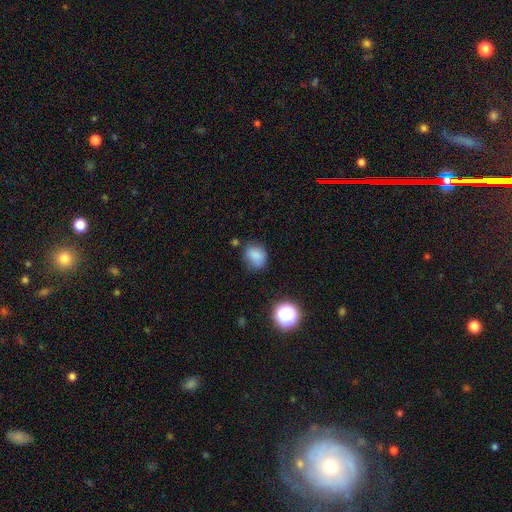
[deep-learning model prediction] Smooth or featured? smooth (81%)
How rounded? round (59%)
Merging? none (66%)